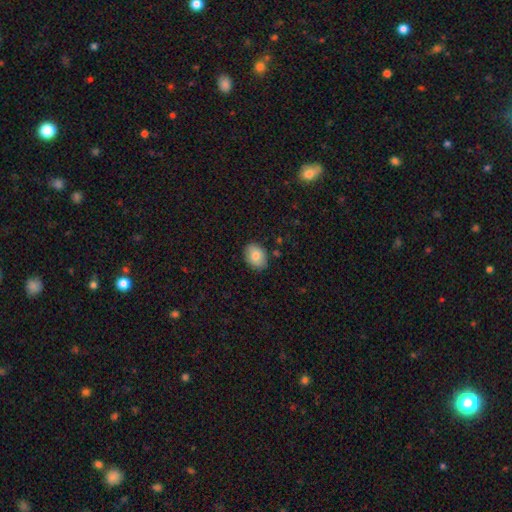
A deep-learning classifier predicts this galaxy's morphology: This is likely a smooth galaxy (79%). How rounded: likely in between (70%). Merging: clearly none (85%).